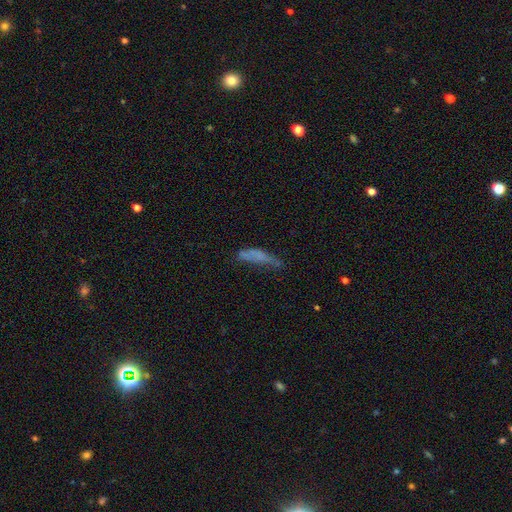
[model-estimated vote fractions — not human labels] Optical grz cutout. It shows a smooth galaxy with no disk features (56%) that is cigar-shaped (69%). Merging: none (39%).